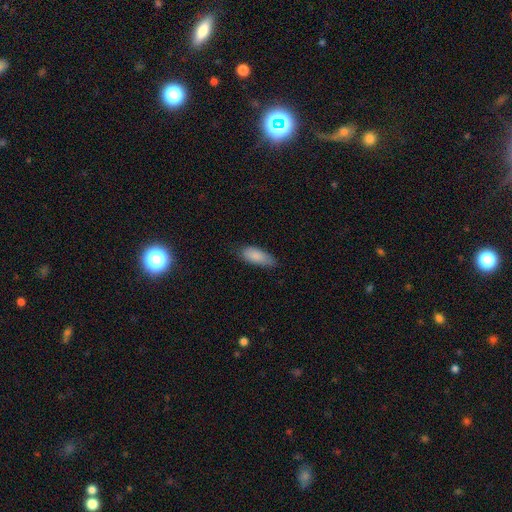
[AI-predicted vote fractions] The model was most divided on "merging": none: 69%, minor disturbance: 25%, major disturbance: 5%, merger: 1%. More confident: smooth or featured — smooth (87%); how rounded — in between (77%).